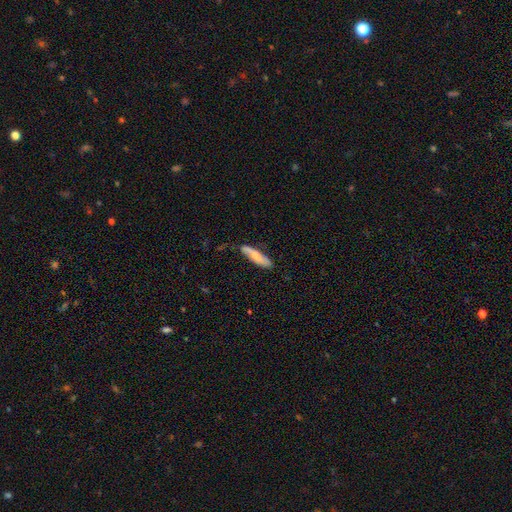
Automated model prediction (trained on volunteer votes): Smooth or featured?
  - smooth: 58% *
  - featured or disk: 36%
  - star or artifact: 6%
How rounded?
  - cigar-shaped: 63% *
  - in between: 35%
  - round: 2%
Merging?
  - none: 66% *
  - minor disturbance: 26%
  - major disturbance: 6%
  - merger: 2%